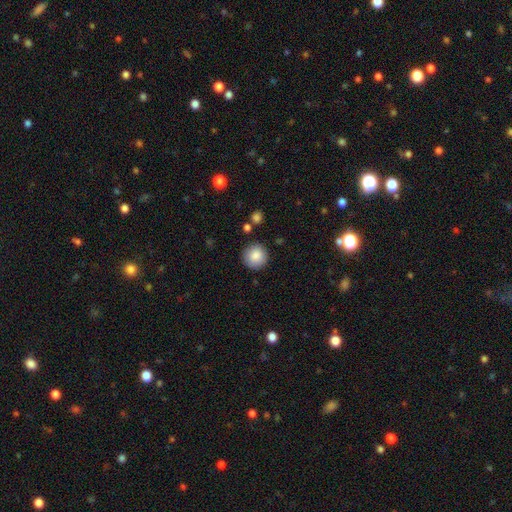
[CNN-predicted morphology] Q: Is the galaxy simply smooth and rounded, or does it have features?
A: smooth — 87%.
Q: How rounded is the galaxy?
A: round — 95%.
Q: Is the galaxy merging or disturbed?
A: none — 88%.